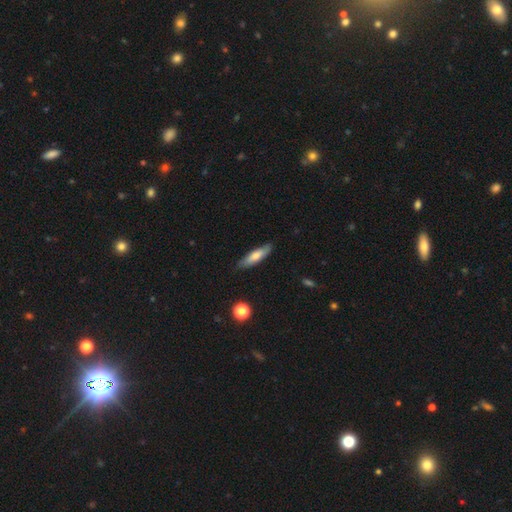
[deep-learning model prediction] smooth_or_featured: smooth (p=0.64) [alt: featured or disk p=0.29]
how_rounded: cigar-shaped (p=0.71) [alt: in between p=0.27]
merging: none (p=0.82) [alt: minor disturbance p=0.14]